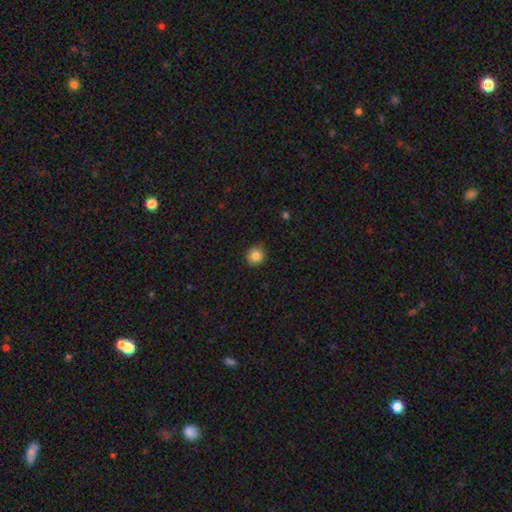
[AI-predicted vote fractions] This is clearly a smooth galaxy (85%). How rounded: clearly round (91%). Merging: clearly none (88%).